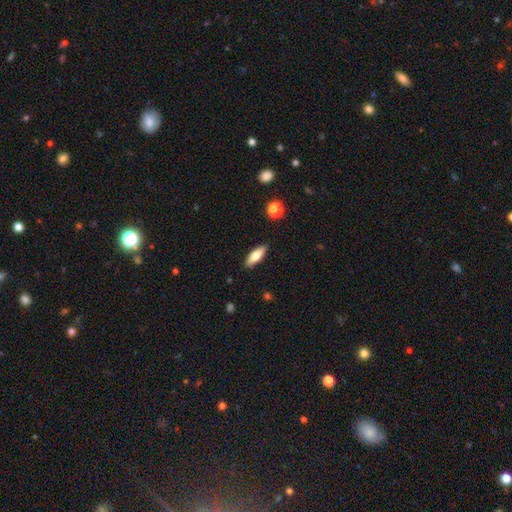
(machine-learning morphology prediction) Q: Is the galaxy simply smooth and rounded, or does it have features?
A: smooth — 67%.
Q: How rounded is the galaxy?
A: in between — 57%.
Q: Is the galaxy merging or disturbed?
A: none — 88%.